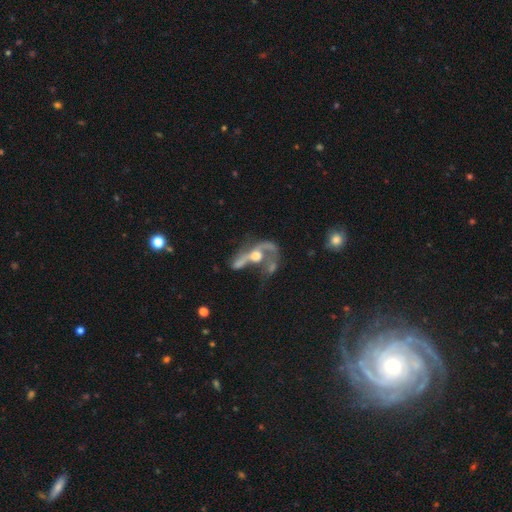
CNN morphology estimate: Q: Smooth or featured?
A: featured or disk (70%); runner-up: smooth (20%)
Q: Edge-on disk?
A: no (86%); runner-up: yes (14%)
Q: Bar?
A: no (74%); runner-up: weak (18%)
Q: Spiral arms?
A: yes (56%); runner-up: no (44%)
Q: Bulge size?
A: moderate (57%); runner-up: large (21%)
Q: Merging?
A: merger (38%); runner-up: major disturbance (34%)